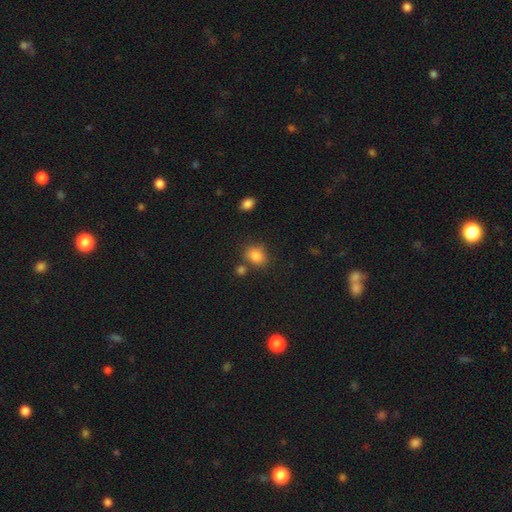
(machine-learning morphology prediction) A smooth galaxy with no disk features (83%) that is round (50%).

Vote fractions:
- Smooth or featured? smooth: 83% / star or artifact: 11% / featured or disk: 6%
- How rounded? round: 50% / in between: 49% / cigar-shaped: 1%
- Merging? none: 68% / minor disturbance: 15% / merger: 12% / major disturbance: 5%